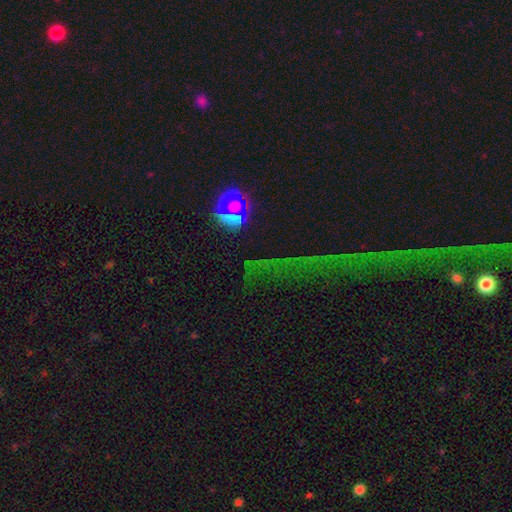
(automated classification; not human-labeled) Smooth or featured: star or artifact — 69% (smooth — 18%)